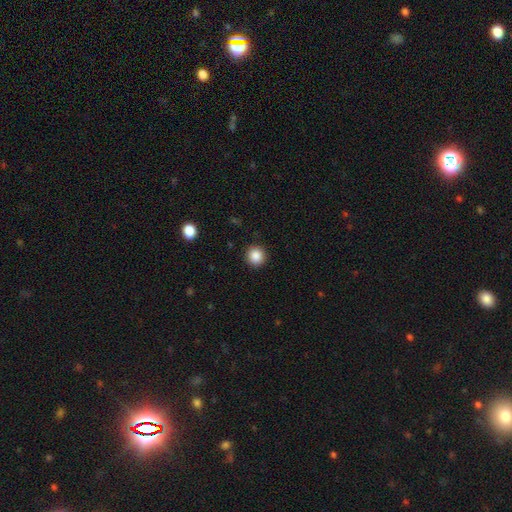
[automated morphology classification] Smooth or featured?
  - smooth: 87% *
  - star or artifact: 10%
  - featured or disk: 3%
How rounded?
  - round: 93% *
  - in between: 6%
  - cigar-shaped: 1%
Merging?
  - none: 91% *
  - minor disturbance: 6%
  - major disturbance: 2%
  - merger: 1%